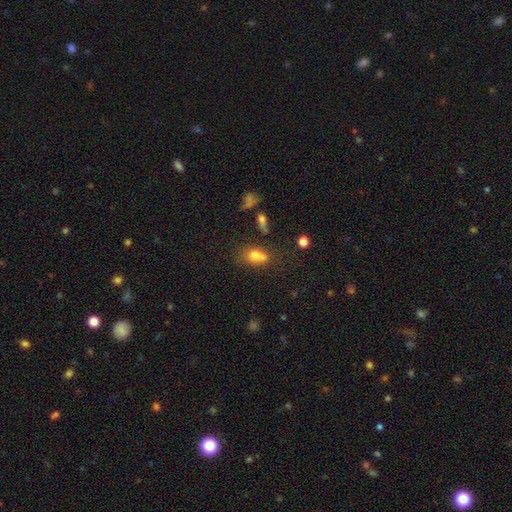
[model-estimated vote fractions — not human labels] The model was most divided on "merging": merger: 39%, none: 37%, minor disturbance: 16%, major disturbance: 8%. More confident: smooth or featured — smooth (73%); how rounded — in between (62%).